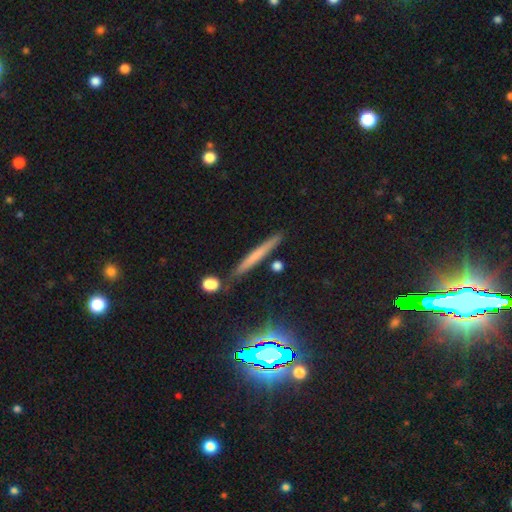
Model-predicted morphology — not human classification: A smooth galaxy with no disk features (55%) that is cigar-shaped (94%).

Vote fractions:
- Smooth or featured? smooth: 55% / featured or disk: 31% / star or artifact: 14%
- How rounded? cigar-shaped: 94% / in between: 3% / round: 2%
- Merging? none: 84% / minor disturbance: 10% / merger: 3% / major disturbance: 2%